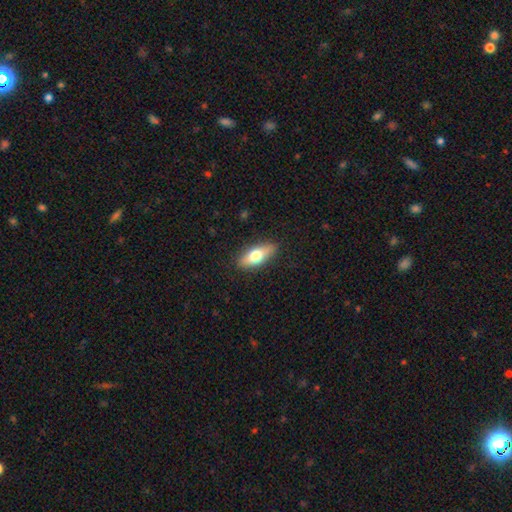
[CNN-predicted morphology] The model was most divided on "smooth or featured": smooth: 67%, featured or disk: 26%, star or artifact: 6%. More confident: merging — none (87%); how rounded — in between (74%).